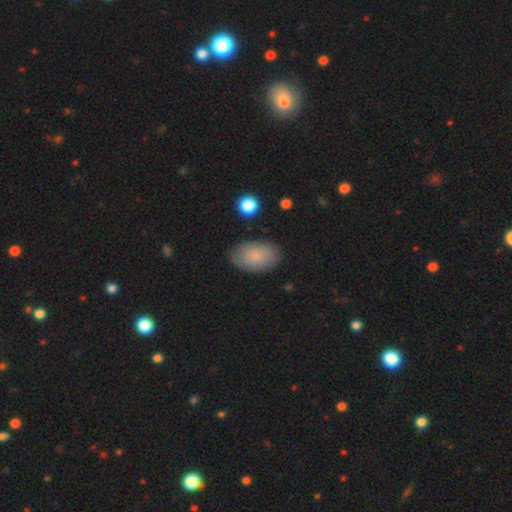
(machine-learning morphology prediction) This is likely a smooth galaxy (78%). How rounded: clearly in between (92%). Merging: clearly none (82%).